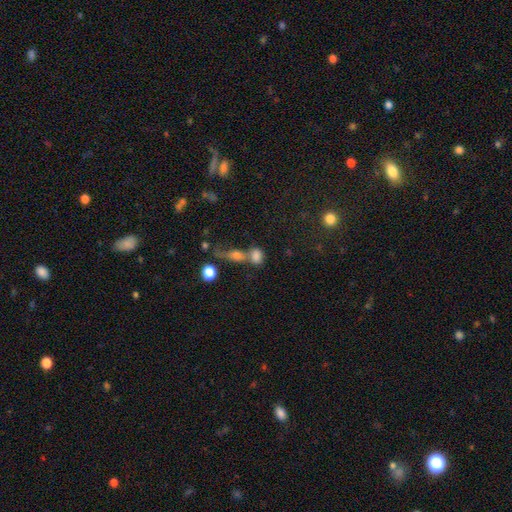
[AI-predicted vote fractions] Smooth or featured? Predicted: smooth (p=0.76). How rounded? Predicted: in between (p=0.68). Merging? Predicted: merger (p=0.57).